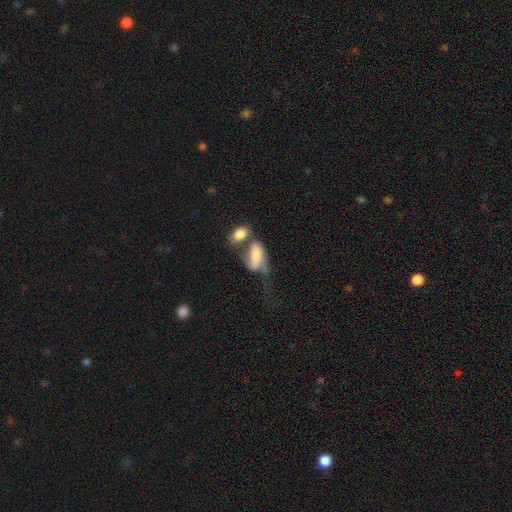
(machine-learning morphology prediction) A smooth galaxy with no disk features (66%) that is in between round and cigar-shaped (89%). Merging: merger (55%).